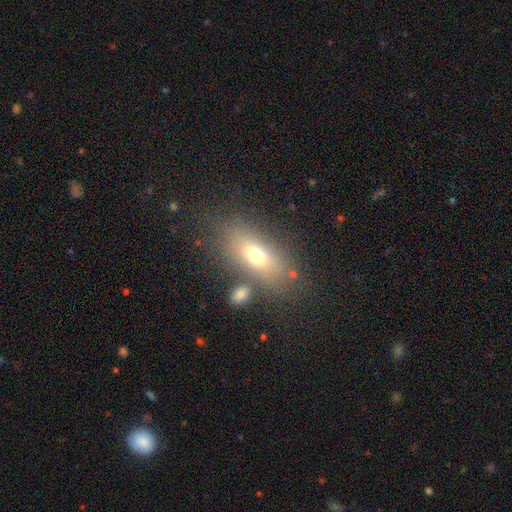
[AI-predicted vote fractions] Smooth or featured? Predicted: smooth (p=0.66). How rounded? Predicted: in between (p=0.78). Merging? Predicted: none (p=0.71).